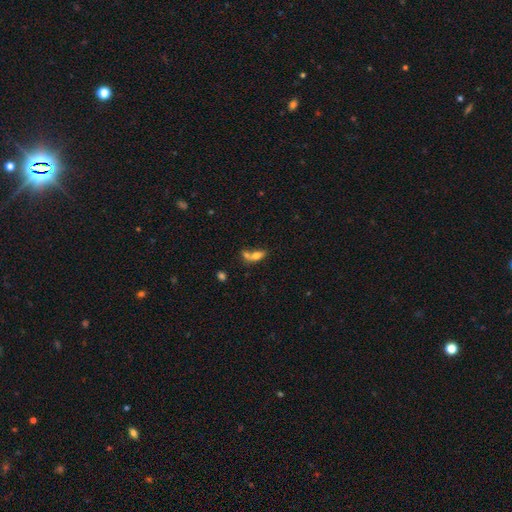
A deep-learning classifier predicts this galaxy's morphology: type=smooth (65%); roundness=in between (70%); merging=merger (48%).